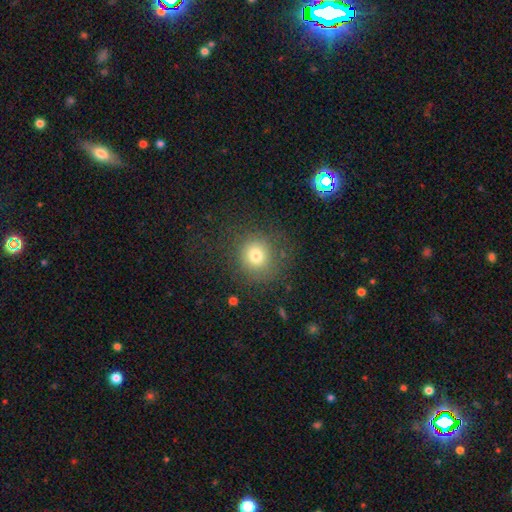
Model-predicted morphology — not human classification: Smooth or featured? smooth (76%)
How rounded? round (87%)
Merging? none (78%)